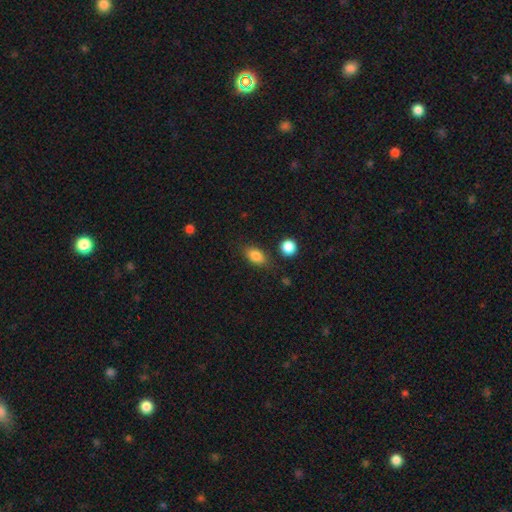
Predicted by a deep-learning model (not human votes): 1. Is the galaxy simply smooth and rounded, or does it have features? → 84% smooth, 9% star or artifact, 7% featured or disk.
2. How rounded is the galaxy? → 84% in between, 12% round, 4% cigar-shaped.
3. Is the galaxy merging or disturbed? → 78% none, 14% minor disturbance, 4% major disturbance, 4% merger.